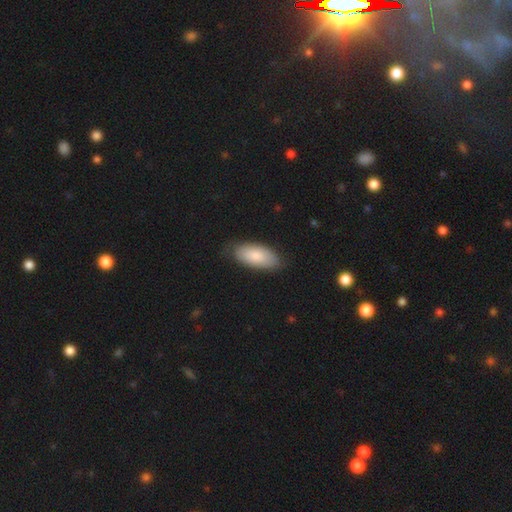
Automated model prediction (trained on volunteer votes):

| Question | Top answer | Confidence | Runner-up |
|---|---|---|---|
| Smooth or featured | smooth | 83% | featured or disk (12%) |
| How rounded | in between | 91% | cigar-shaped (7%) |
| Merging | none | 78% | minor disturbance (17%) |